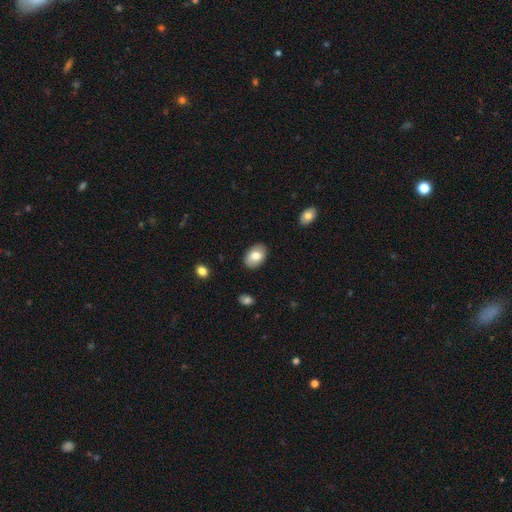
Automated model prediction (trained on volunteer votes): Morphology: type=smooth (76%); roundness=in between (88%); merging=none (86%).